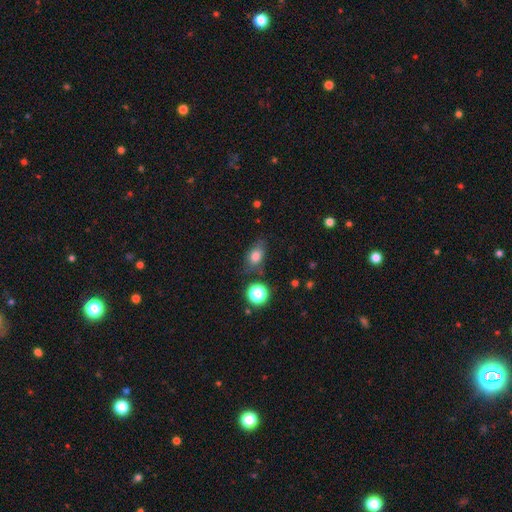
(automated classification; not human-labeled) smooth 78%, star or artifact 12%, featured or disk 10%. Down the decision tree: how rounded — in between (78%); merging — none (70%).